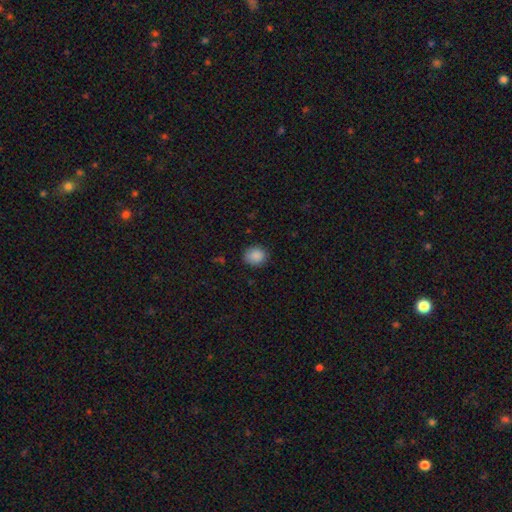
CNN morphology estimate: Smooth or featured? Predicted: smooth (p=0.88). How rounded? Predicted: round (p=0.73). Merging? Predicted: none (p=0.85).